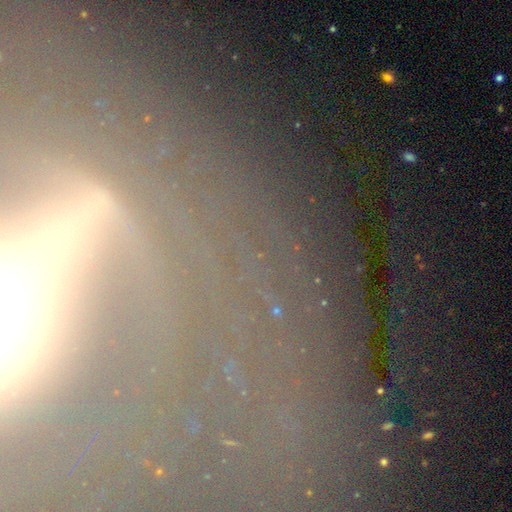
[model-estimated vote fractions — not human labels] Q: Smooth or featured?
A: featured or disk (44%); runner-up: star or artifact (40%)
Q: Merging?
A: none (66%); runner-up: minor disturbance (13%)